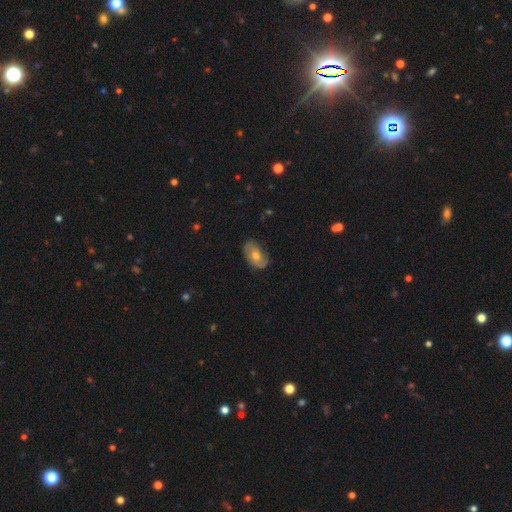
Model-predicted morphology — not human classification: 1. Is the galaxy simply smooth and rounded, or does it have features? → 50% featured or disk, 41% smooth, 9% star or artifact.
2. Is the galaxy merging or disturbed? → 75% none, 19% minor disturbance, 4% major disturbance, 1% merger.